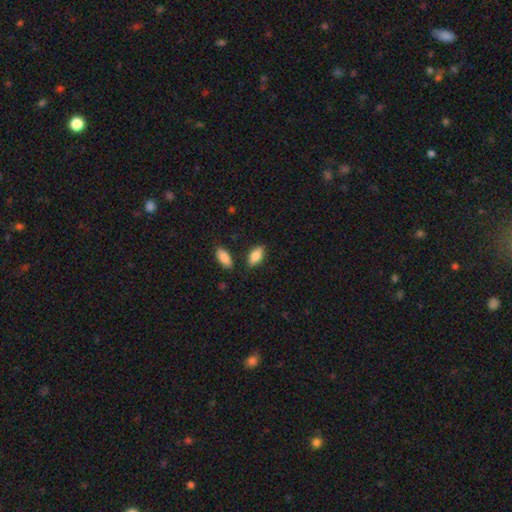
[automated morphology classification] type=smooth (84%); roundness=in between (89%); merging=none (79%).